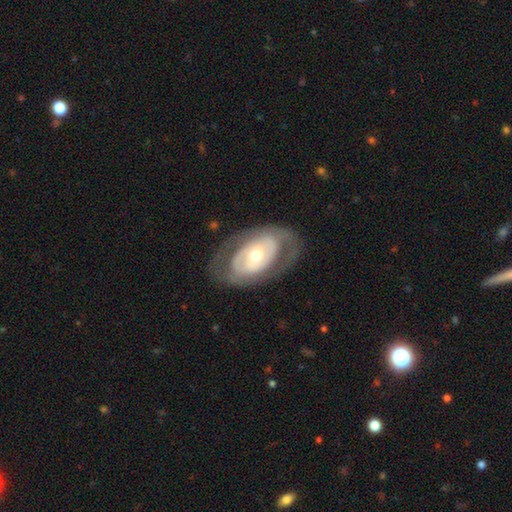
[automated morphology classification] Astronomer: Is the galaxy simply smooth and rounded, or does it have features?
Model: featured or disk — 75%.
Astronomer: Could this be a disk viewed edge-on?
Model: no — 94%.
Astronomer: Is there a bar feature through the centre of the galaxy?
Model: no — 65%.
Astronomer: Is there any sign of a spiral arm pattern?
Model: yes — 60% (runner-up: no, 40%).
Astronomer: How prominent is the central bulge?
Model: moderate — 48% (runner-up: small, 44%).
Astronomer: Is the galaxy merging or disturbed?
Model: none — 73%.